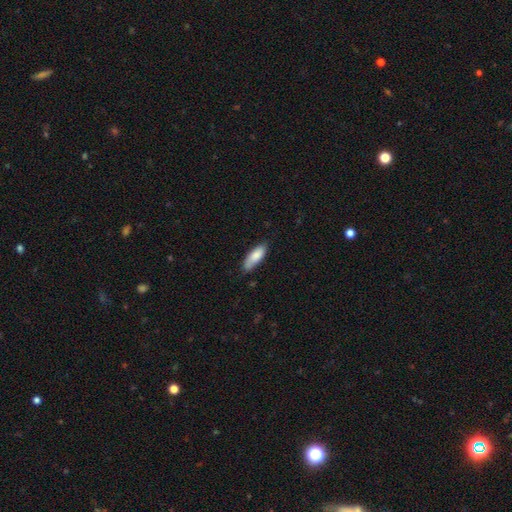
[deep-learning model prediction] Smooth or featured? Predicted: smooth (p=0.83). How rounded? Predicted: in between (p=0.66). Merging? Predicted: none (p=0.69).